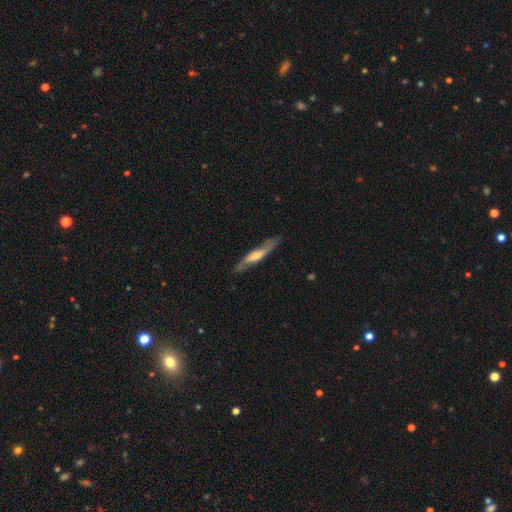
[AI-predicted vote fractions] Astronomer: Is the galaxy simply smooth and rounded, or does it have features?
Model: featured or disk — 63%.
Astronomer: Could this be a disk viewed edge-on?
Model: yes — 63%.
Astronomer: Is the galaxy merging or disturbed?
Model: none — 80%.